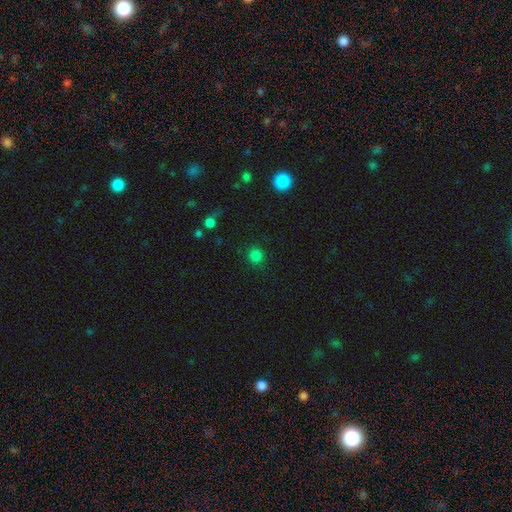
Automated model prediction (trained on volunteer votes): Smooth or featured? Predicted: smooth (p=0.82). How rounded? Predicted: round (p=0.91). Merging? Predicted: none (p=0.88).